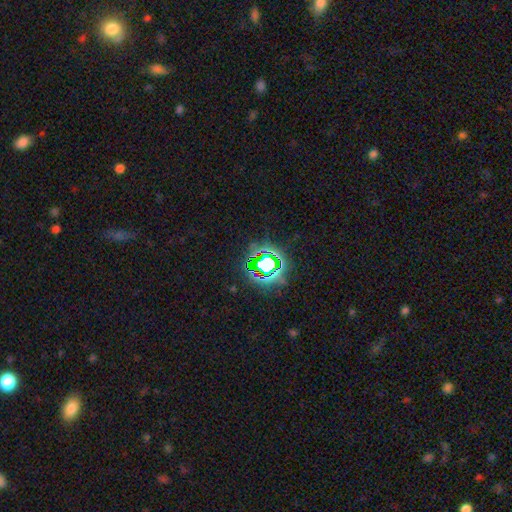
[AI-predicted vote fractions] A star or artifact, not a galaxy (71%).